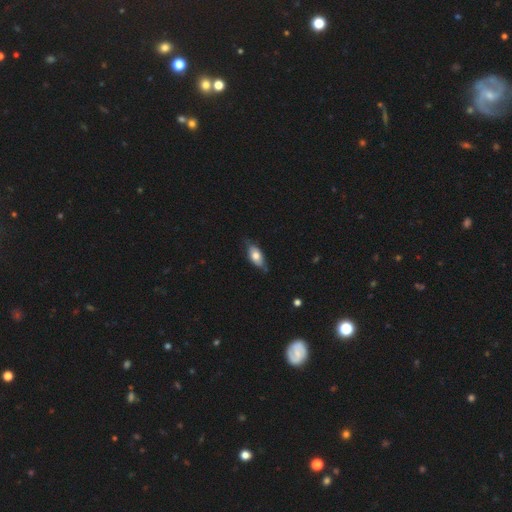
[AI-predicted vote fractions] A smooth galaxy with no disk features (65%) that is in between round and cigar-shaped (86%). Merging: none (68%).